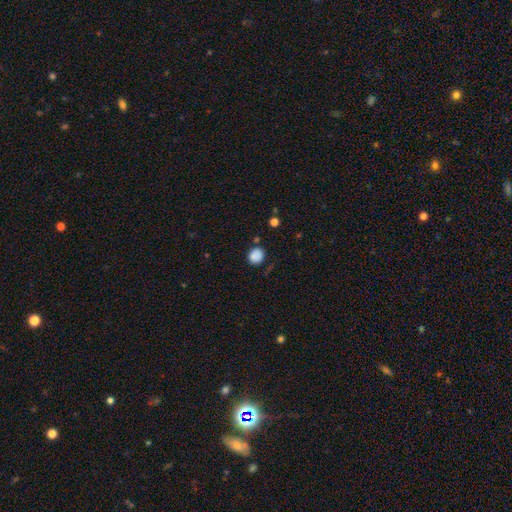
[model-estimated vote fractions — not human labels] smooth 84%, star or artifact 10%, featured or disk 6%. Down the decision tree: how rounded — round (79%); merging — none (74%).